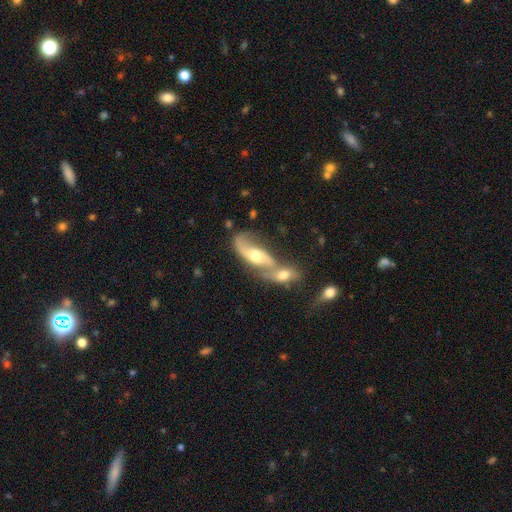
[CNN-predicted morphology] type=featured or disk (64%); edge-on=no (77%); merging=merger (61%).